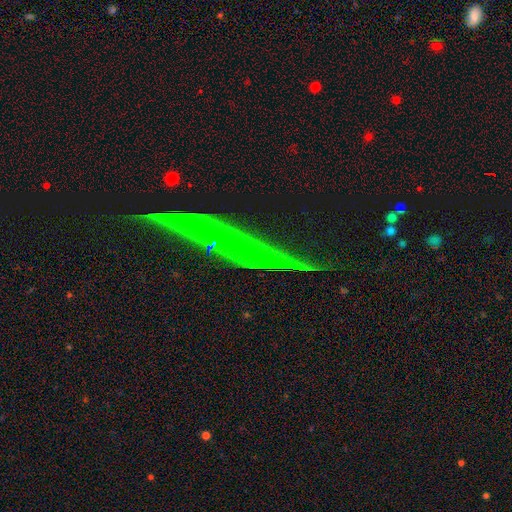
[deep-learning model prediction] smooth-or-featured: featured or disk: 48% | star or artifact: 33% | smooth: 19%
  merging: none: 61% | minor disturbance: 18% | major disturbance: 13% | merger: 8%